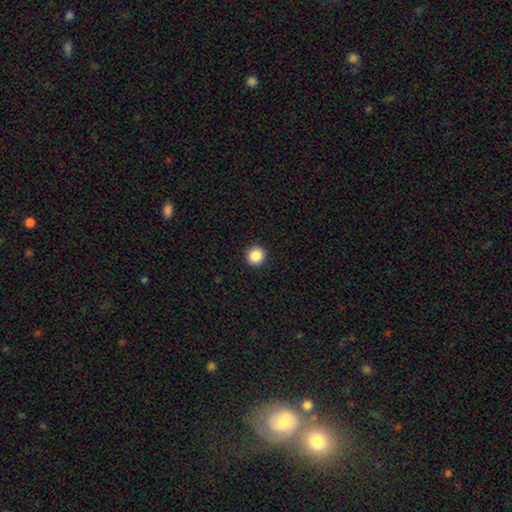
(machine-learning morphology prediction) Smooth or featured? Predicted: smooth (p=0.87). How rounded? Predicted: round (p=0.93). Merging? Predicted: none (p=0.93).